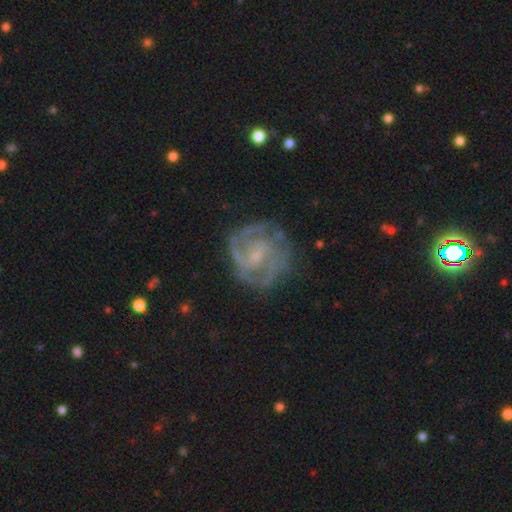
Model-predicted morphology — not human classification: The model was most divided on "bar": no: 48%, weak: 43%, strong: 9%. Remaining: edge-on disk — no (98%); spiral arms — yes (95%); smooth or featured — featured or disk (86%); merging — none (73%); bulge size — small (72%); spiral winding — tight (50%); spiral arm count — 2 (36%).